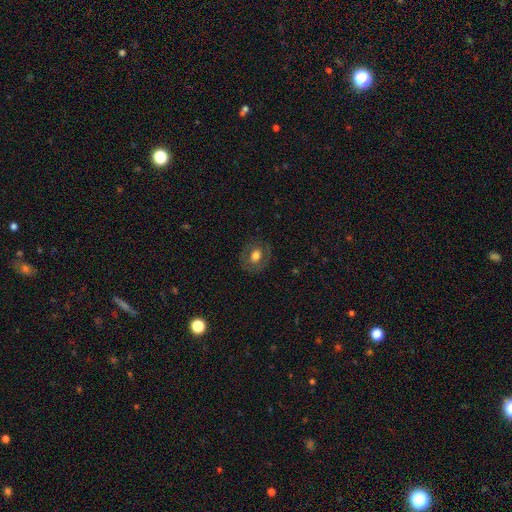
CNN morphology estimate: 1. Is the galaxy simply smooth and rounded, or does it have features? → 59% smooth, 33% featured or disk, 9% star or artifact.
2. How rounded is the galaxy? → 59% round, 40% in between, 1% cigar-shaped.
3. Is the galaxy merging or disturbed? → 81% none, 12% minor disturbance, 6% major disturbance, 1% merger.